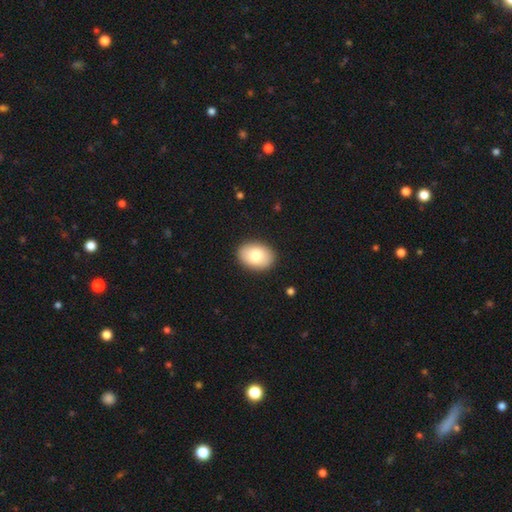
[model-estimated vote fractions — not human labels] Q: Smooth or featured?
A: smooth (80%); runner-up: featured or disk (14%)
Q: How rounded?
A: in between (78%); runner-up: round (21%)
Q: Merging?
A: none (90%); runner-up: minor disturbance (8%)